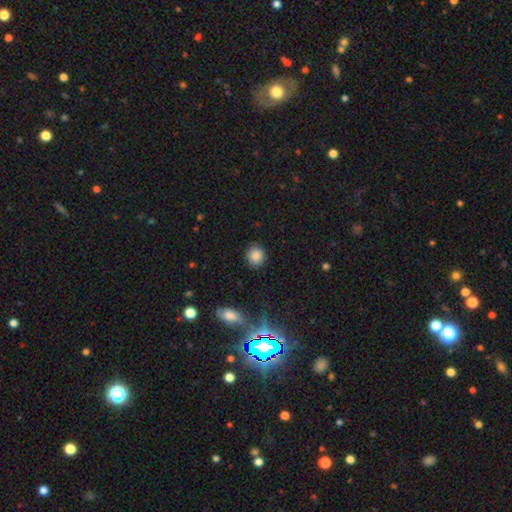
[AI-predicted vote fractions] Smooth or featured: smooth — 85% (star or artifact — 10%)
How rounded: round — 85% (in between — 14%)
Merging: none — 89% (minor disturbance — 7%)